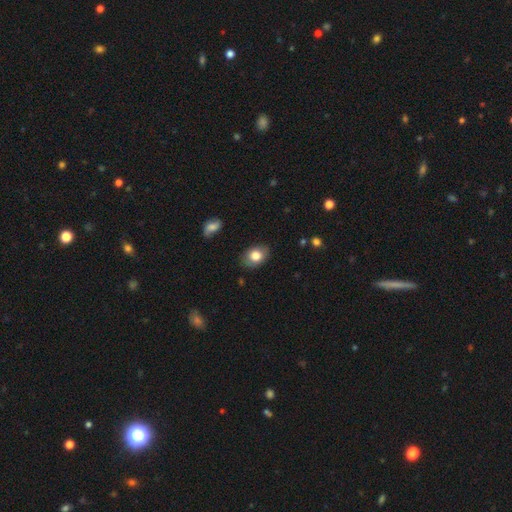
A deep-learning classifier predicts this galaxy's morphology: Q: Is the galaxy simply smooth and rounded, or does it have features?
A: smooth — 79%.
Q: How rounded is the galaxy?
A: in between — 78%.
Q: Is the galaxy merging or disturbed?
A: none — 84%.